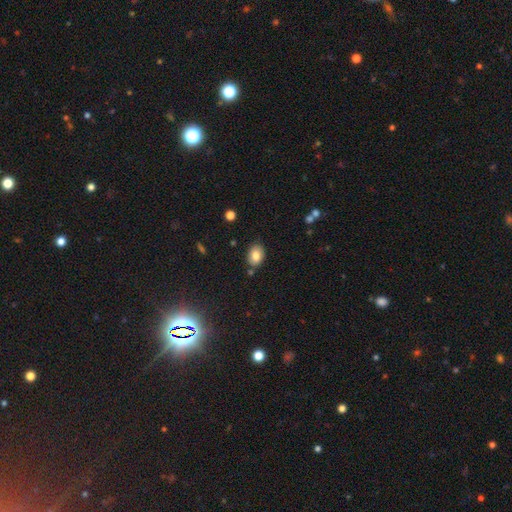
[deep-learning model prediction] A smooth galaxy with no disk features (81%) that is in between round and cigar-shaped (73%). Merging: none (79%).